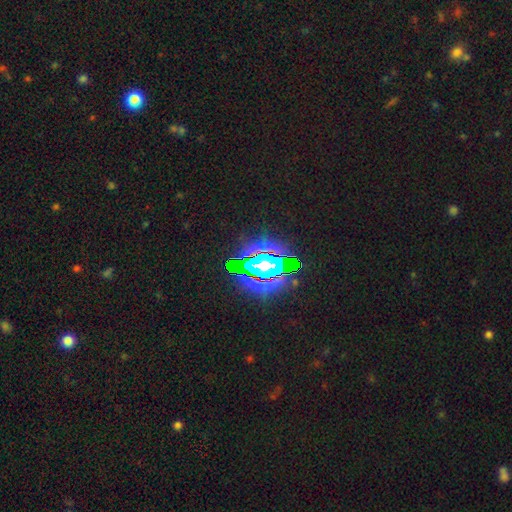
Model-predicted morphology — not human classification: A star or artifact, not a galaxy (82%).